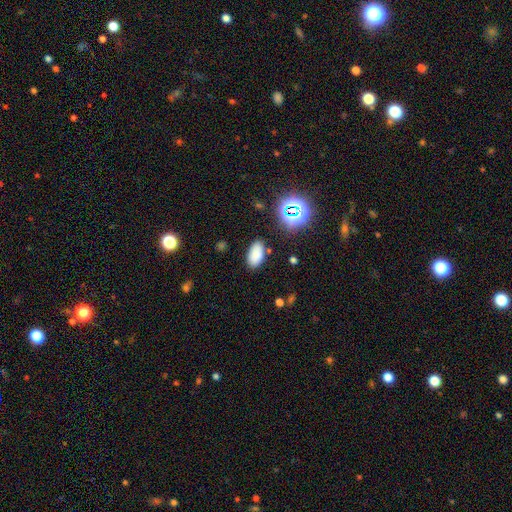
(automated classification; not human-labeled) Morphology: type=smooth (80%); roundness=in between (94%); merging=none (84%).